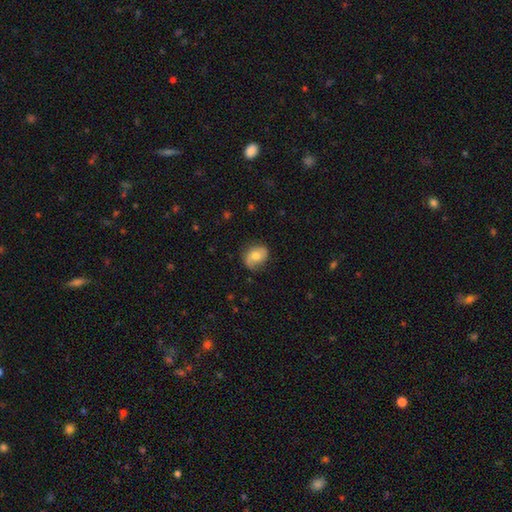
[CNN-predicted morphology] smooth 51%, featured or disk 41%, star or artifact 8%. Down the decision tree: how rounded — in between (51%); merging — none (71%).